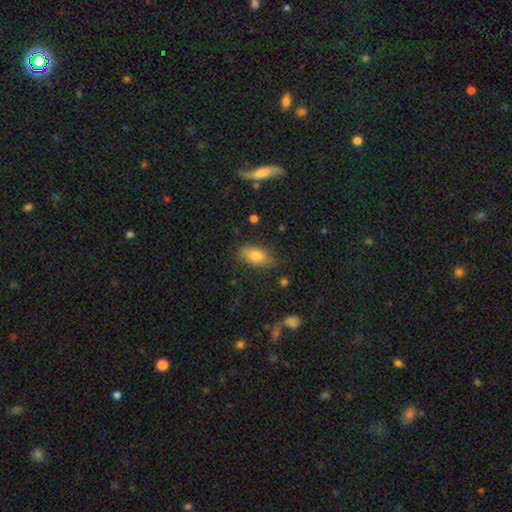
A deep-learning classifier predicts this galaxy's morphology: Overall: smooth (77%). How rounded: in between (88%). Merging: none (81%).